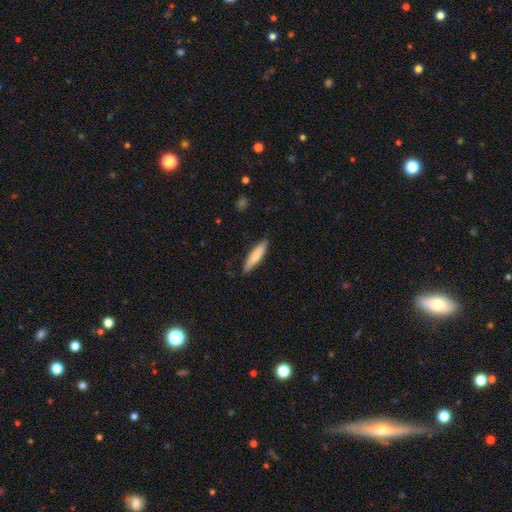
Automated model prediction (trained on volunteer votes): Smooth or featured? Predicted: smooth (p=0.75). How rounded? Predicted: cigar-shaped (p=0.75). Merging? Predicted: none (p=0.85).